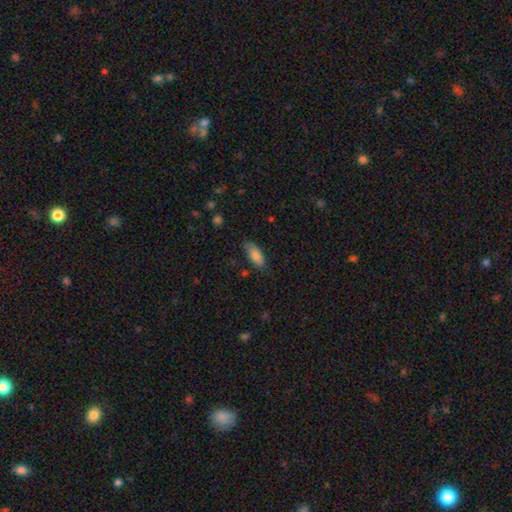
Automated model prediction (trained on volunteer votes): smooth-or-featured: smooth: 83% | featured or disk: 11% | star or artifact: 7%
  how-rounded: in between: 84% | cigar-shaped: 14% | round: 2%
  merging: none: 70% | minor disturbance: 24% | major disturbance: 5% | merger: 2%